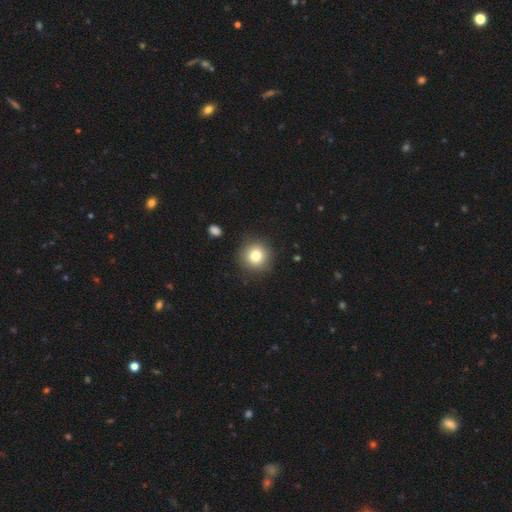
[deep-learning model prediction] Smooth or featured: smooth — 80% (star or artifact — 11%)
How rounded: round — 93% (in between — 6%)
Merging: none — 89% (minor disturbance — 7%)